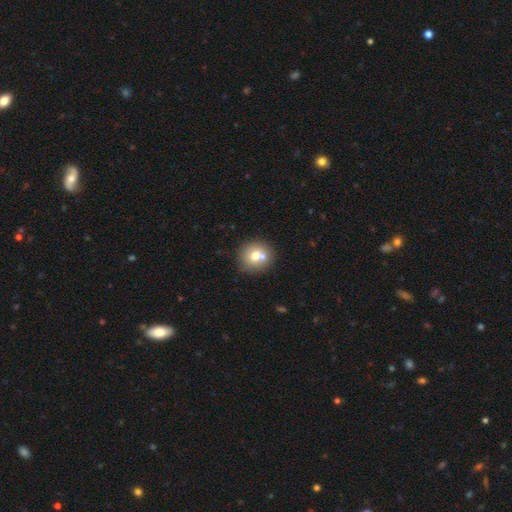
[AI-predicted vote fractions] Overall: smooth (70%). How rounded: round (88%). Merging: none (63%; merger 26%).